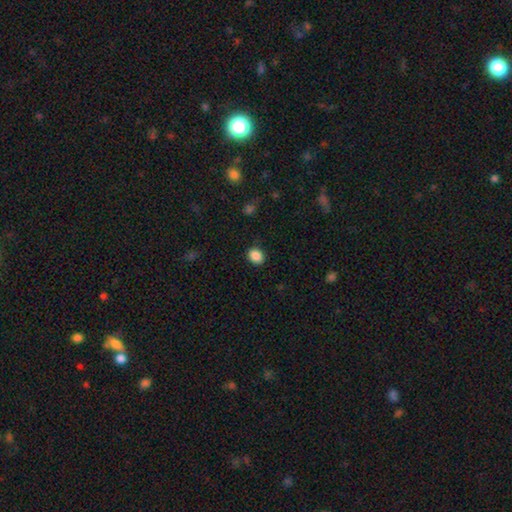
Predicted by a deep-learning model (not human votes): Smooth or featured? smooth (88%)
How rounded? round (54%)
Merging? none (88%)